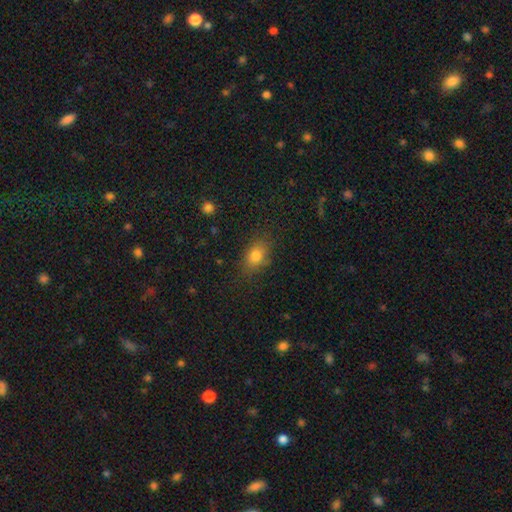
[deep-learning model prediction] smooth-or-featured: smooth: 80% | star or artifact: 11% | featured or disk: 9%
  how-rounded: in between: 77% | round: 20% | cigar-shaped: 3%
  merging: none: 80% | minor disturbance: 14% | major disturbance: 5% | merger: 2%